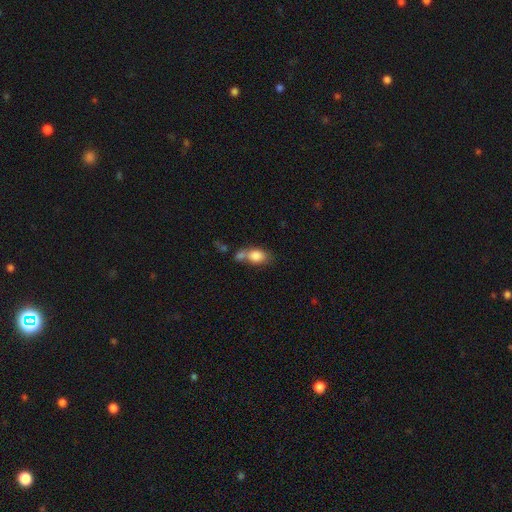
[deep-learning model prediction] This appears to be a smooth galaxy with no disk features (81%) that is in between round and cigar-shaped (77%). Merging: merger (51%).